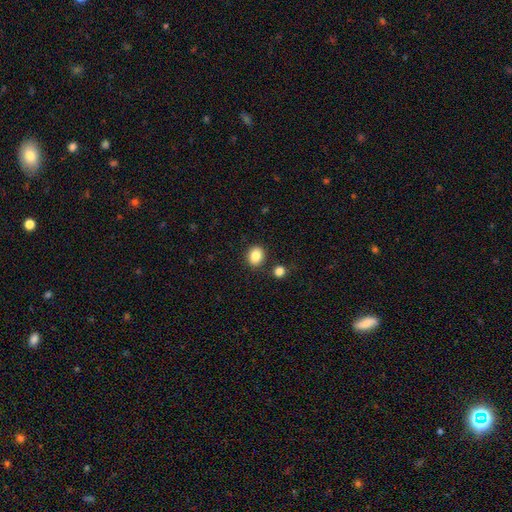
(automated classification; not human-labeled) A smooth galaxy with no disk features (85%) that is round (69%). Merging: none (85%).